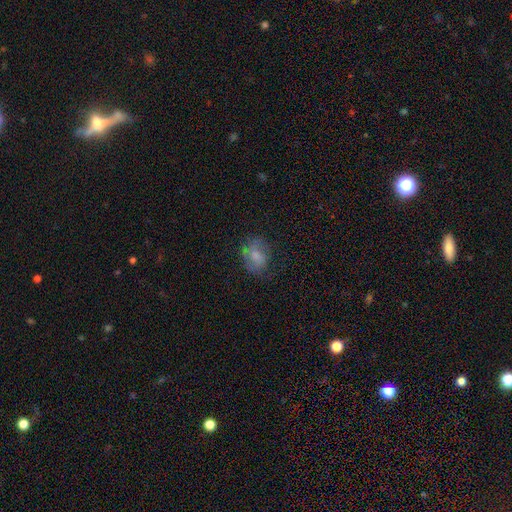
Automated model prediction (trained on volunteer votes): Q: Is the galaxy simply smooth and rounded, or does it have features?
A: smooth — 64%.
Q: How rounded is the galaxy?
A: in between — 53%.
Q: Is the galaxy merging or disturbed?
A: none — 64%.